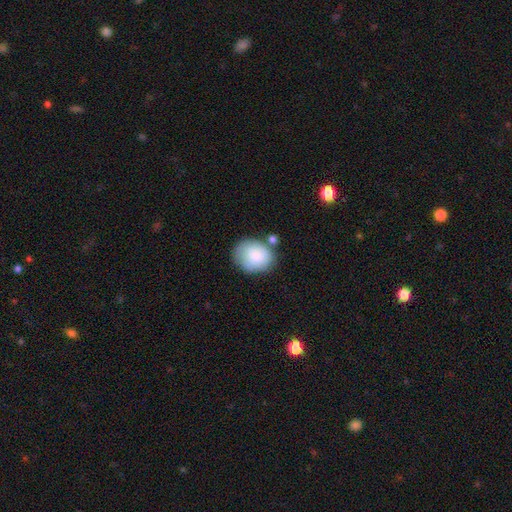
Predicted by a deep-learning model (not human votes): The model was most divided on "how rounded": round: 58%, in between: 41%, cigar-shaped: 1%. More confident: smooth or featured — smooth (85%); merging — none (61%).